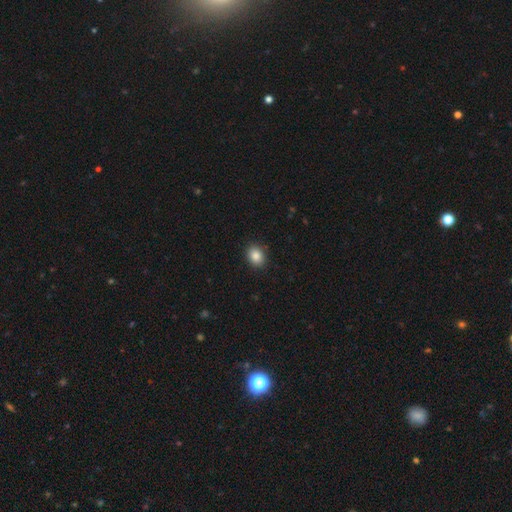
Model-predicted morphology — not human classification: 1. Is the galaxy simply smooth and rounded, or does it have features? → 86% smooth, 9% star or artifact, 5% featured or disk.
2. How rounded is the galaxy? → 54% round, 45% in between, 1% cigar-shaped.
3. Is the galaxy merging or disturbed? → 90% none, 7% minor disturbance, 2% major disturbance, 1% merger.